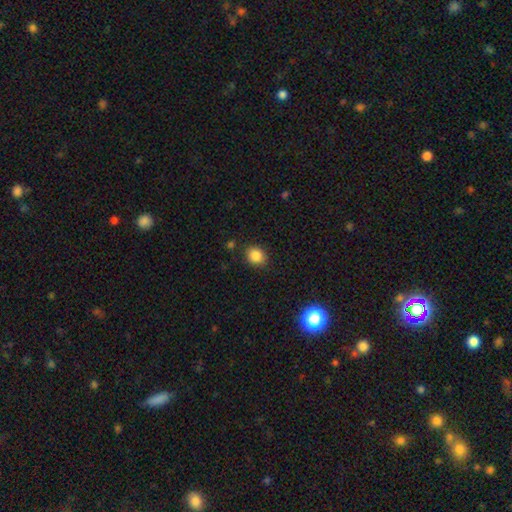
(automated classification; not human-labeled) Smooth or featured? smooth (85%)
How rounded? round (62%)
Merging? none (87%)